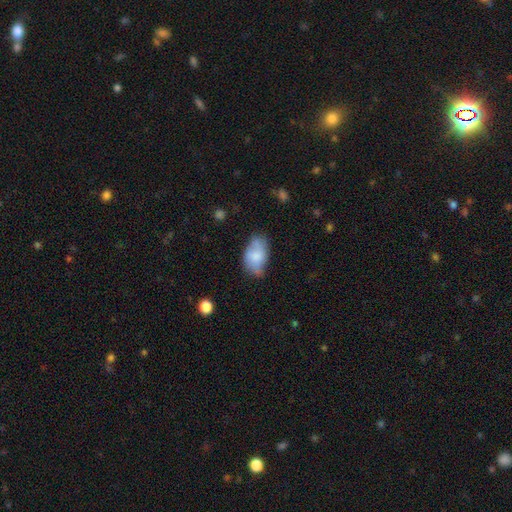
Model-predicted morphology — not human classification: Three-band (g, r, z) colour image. It shows a smooth galaxy with no disk features (67%) that is in between round and cigar-shaped (91%). Merging: none (47%).